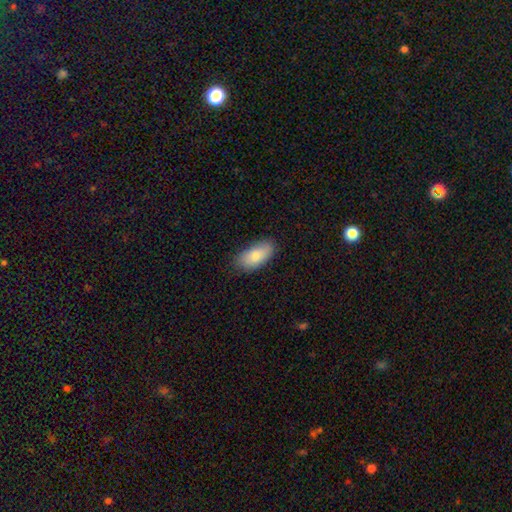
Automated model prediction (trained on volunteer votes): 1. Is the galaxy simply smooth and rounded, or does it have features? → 83% smooth, 11% featured or disk, 6% star or artifact.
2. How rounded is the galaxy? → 92% in between, 5% cigar-shaped, 2% round.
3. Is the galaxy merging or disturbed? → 81% none, 15% minor disturbance, 3% major disturbance, 1% merger.